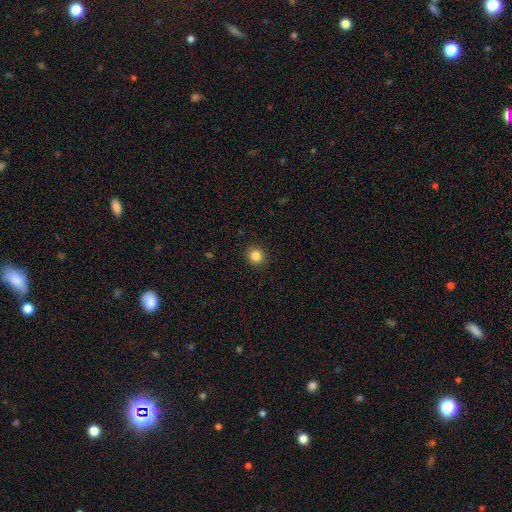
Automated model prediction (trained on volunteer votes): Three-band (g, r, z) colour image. It shows a smooth galaxy with no disk features (85%) that is round (84%). Merging: none (92%).